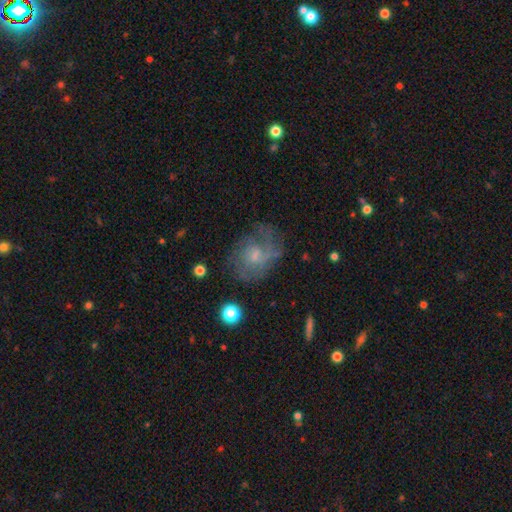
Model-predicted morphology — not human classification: Overall: featured or disk (57%; smooth 32%). Edge-on disk: no (97%). Bar: no (72%). Spiral arms: yes (70%). Bulge size: small (47%; moderate 33%). Merging: none (49%; major disturbance 26%).